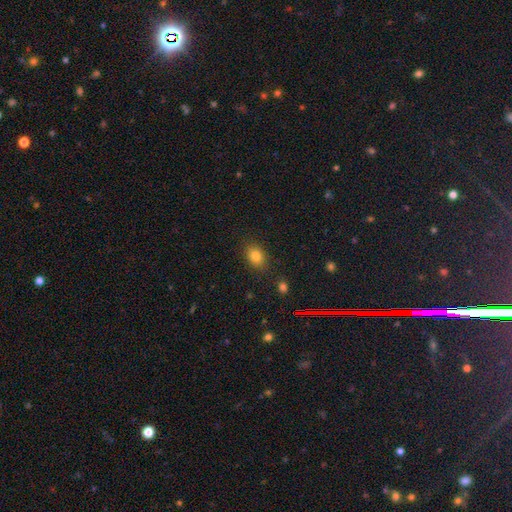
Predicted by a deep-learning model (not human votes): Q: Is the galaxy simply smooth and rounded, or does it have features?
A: smooth — 82%.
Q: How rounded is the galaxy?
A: in between — 66%.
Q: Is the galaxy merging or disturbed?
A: none — 84%.